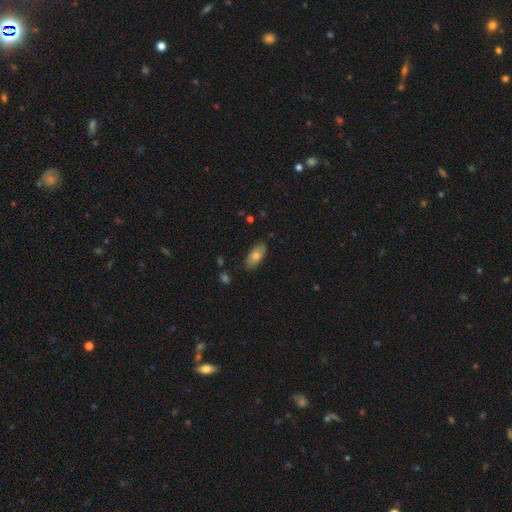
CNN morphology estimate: Smooth or featured?
  - smooth: 70% *
  - featured or disk: 23%
  - star or artifact: 7%
How rounded?
  - in between: 90% *
  - cigar-shaped: 8%
  - round: 3%
Merging?
  - none: 84% *
  - minor disturbance: 13%
  - major disturbance: 2%
  - merger: 1%